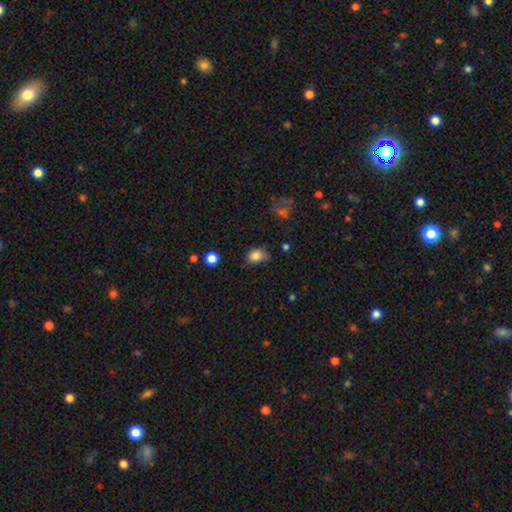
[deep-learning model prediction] Smooth or featured: smooth — 82% (star or artifact — 10%)
How rounded: in between — 62% (round — 37%)
Merging: none — 49% (minor disturbance — 37%)